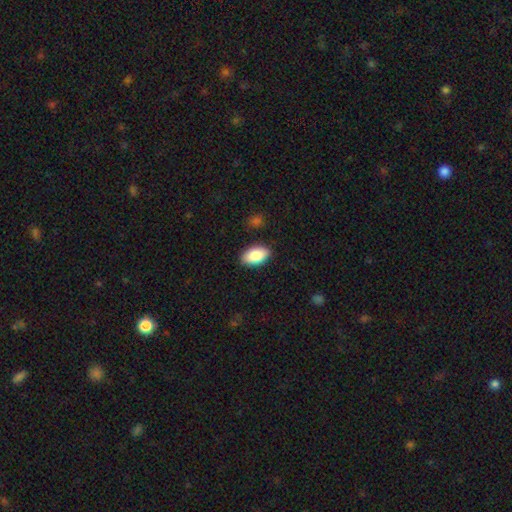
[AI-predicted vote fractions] The model was most divided on "merging": none: 87%, minor disturbance: 10%, major disturbance: 2%, merger: 1%. More confident: how rounded — in between (94%); smooth or featured — smooth (87%).